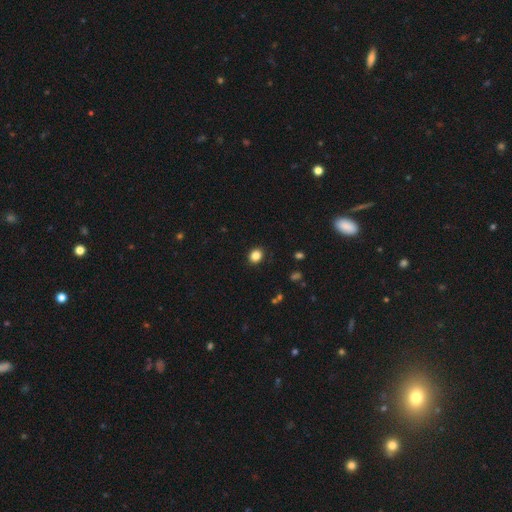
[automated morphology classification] This appears to be a smooth galaxy with no disk features (85%) that is round (66%). Merging: none (90%).